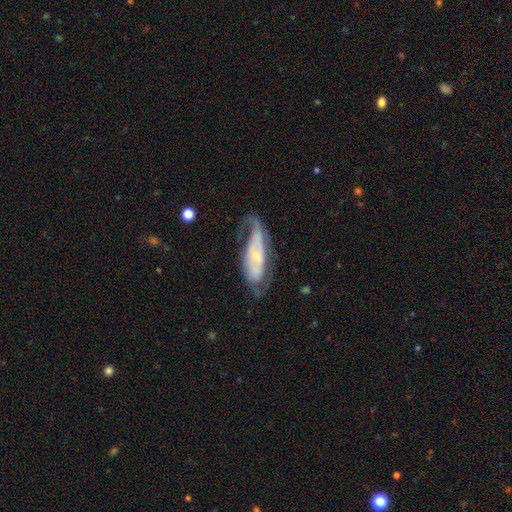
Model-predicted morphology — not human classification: The model was most divided on "merging": none: 50%, minor disturbance: 25%, major disturbance: 23%, merger: 3%. More confident: edge-on disk — no (83%); spiral arms — yes (83%); smooth or featured — featured or disk (70%); bulge size — small (67%); bar — no (60%).